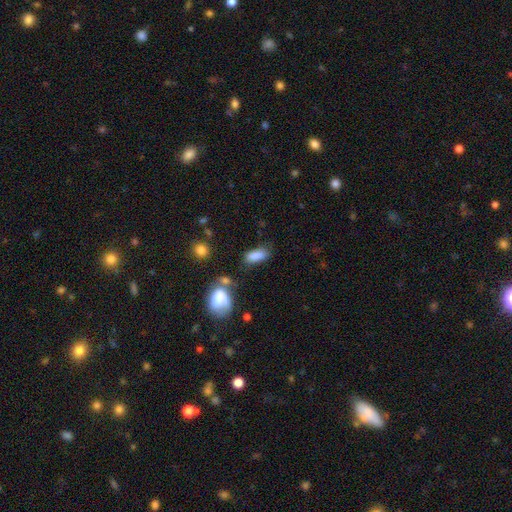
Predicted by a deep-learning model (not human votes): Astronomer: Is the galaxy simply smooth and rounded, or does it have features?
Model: smooth — 83%.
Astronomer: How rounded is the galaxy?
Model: in between — 82%.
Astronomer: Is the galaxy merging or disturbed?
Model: none — 60%.